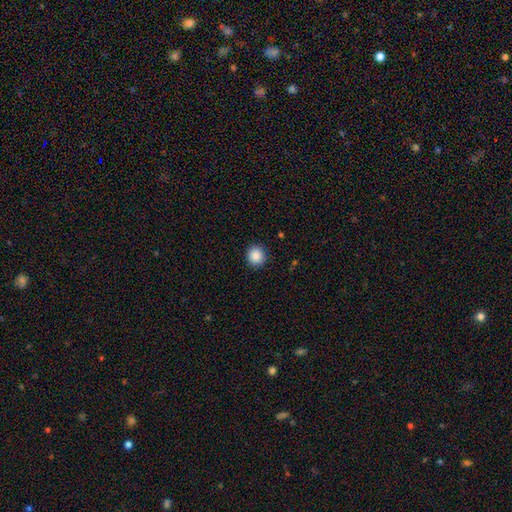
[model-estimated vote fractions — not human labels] Q: Smooth or featured?
A: smooth (88%); runner-up: star or artifact (9%)
Q: How rounded?
A: round (90%); runner-up: in between (9%)
Q: Merging?
A: none (91%); runner-up: minor disturbance (6%)